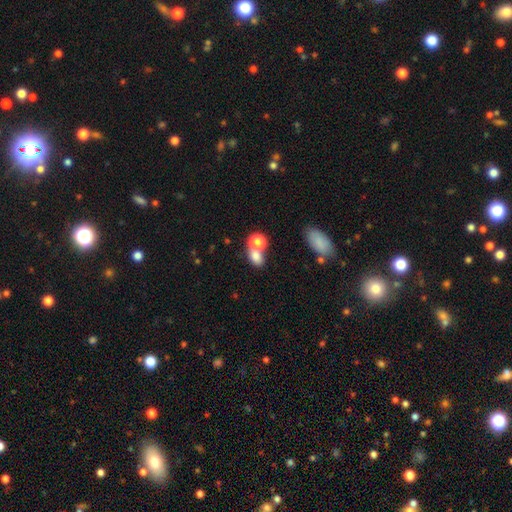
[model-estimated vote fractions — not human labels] Smooth or featured? smooth (77%)
How rounded? in between (64%)
Merging? merger (48%)